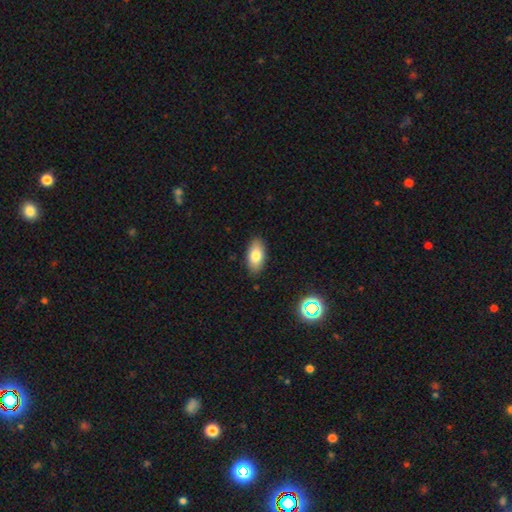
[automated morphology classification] The model was most divided on "smooth or featured": smooth: 79%, featured or disk: 13%, star or artifact: 8%. More confident: how rounded — in between (91%); merging — none (87%).